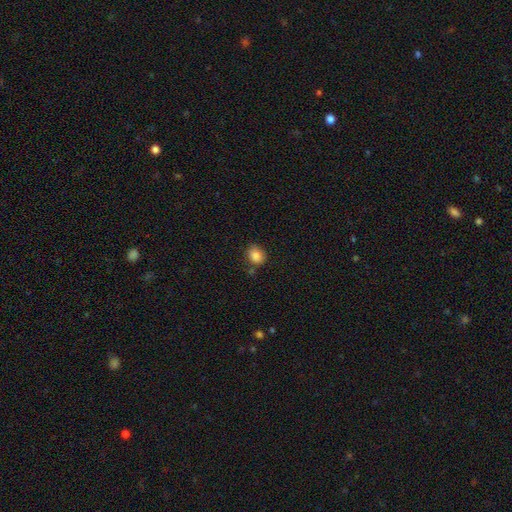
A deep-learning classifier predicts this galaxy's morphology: This is clearly a smooth galaxy (86%). How rounded: possibly round (57%). Merging: likely none (69%).